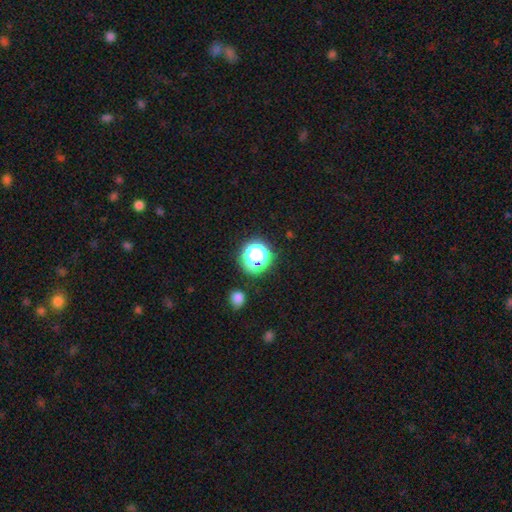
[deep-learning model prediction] Smooth or featured? smooth (49%)
Merging? none (76%)